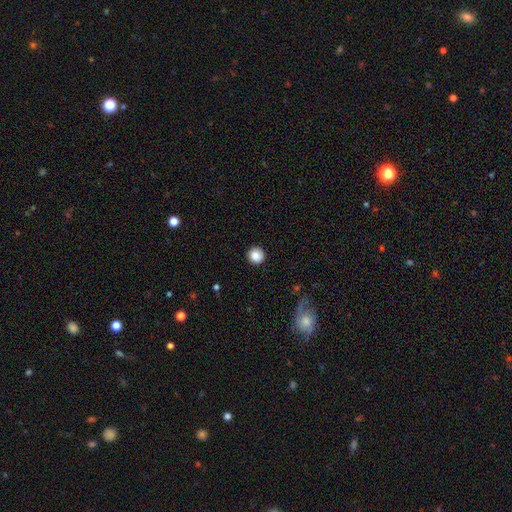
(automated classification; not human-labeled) A smooth galaxy with no disk features (87%) that is round (94%). Merging: none (91%).